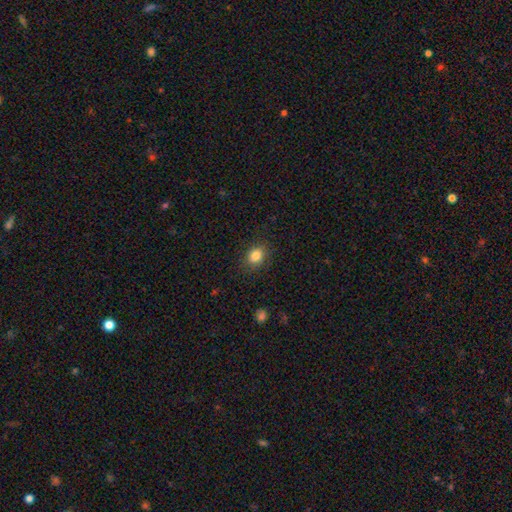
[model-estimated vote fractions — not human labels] Morphology: type=smooth (84%); roundness=in between (51%); merging=none (85%).